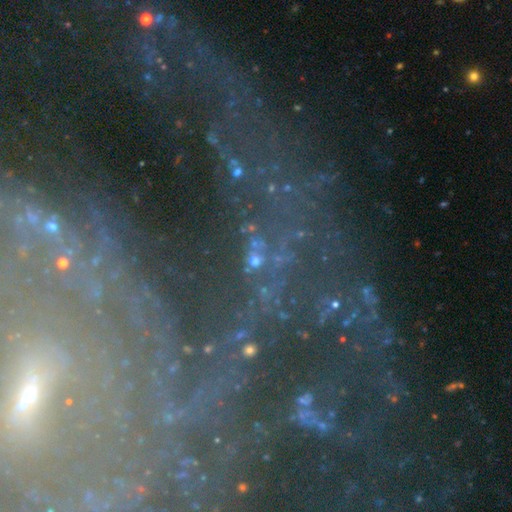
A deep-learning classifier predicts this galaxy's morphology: A star or artifact, not a galaxy (56%).